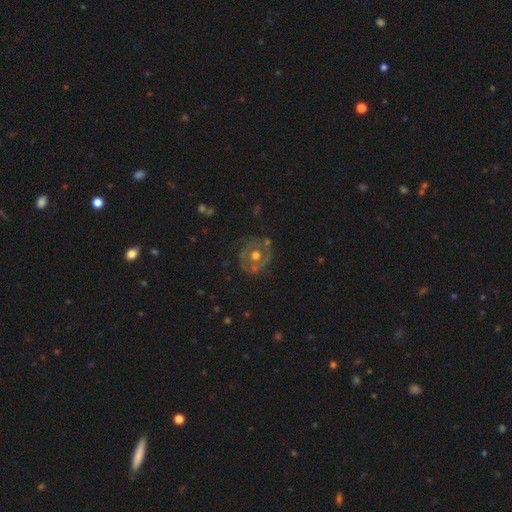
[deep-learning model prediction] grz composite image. It shows a featured or disk galaxy (65%) with no bar (83%), no spiral arms (50%, tied with yes) and a moderate central bulge (77%). Merging: none (69%).